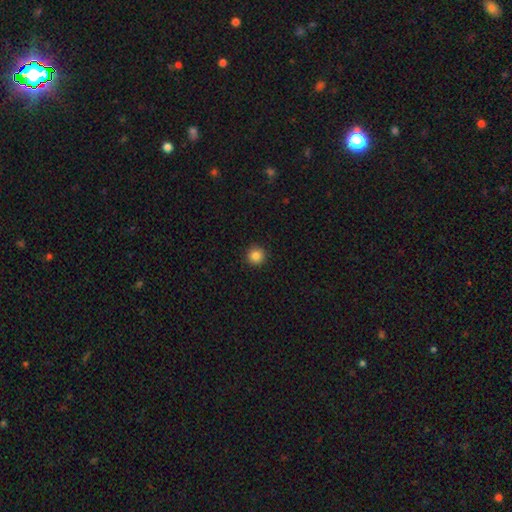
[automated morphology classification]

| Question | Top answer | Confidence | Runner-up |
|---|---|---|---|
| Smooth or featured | smooth | 86% | star or artifact (11%) |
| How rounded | round | 96% | in between (3%) |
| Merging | none | 93% | minor disturbance (4%) |